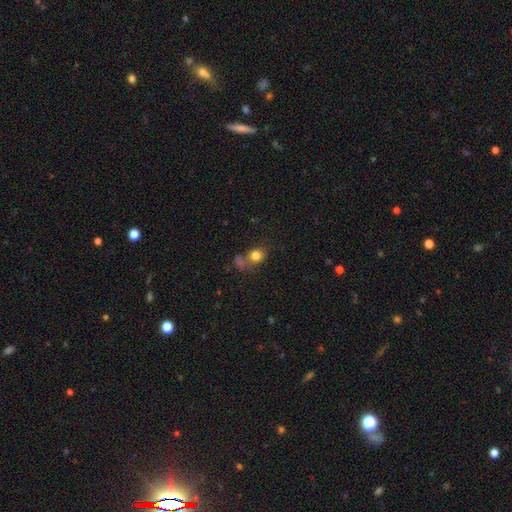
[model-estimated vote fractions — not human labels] Smooth or featured?
  - smooth: 79% *
  - star or artifact: 12%
  - featured or disk: 9%
How rounded?
  - round: 72% *
  - in between: 27%
  - cigar-shaped: 1%
Merging?
  - none: 49% *
  - merger: 25%
  - minor disturbance: 15%
  - major disturbance: 11%